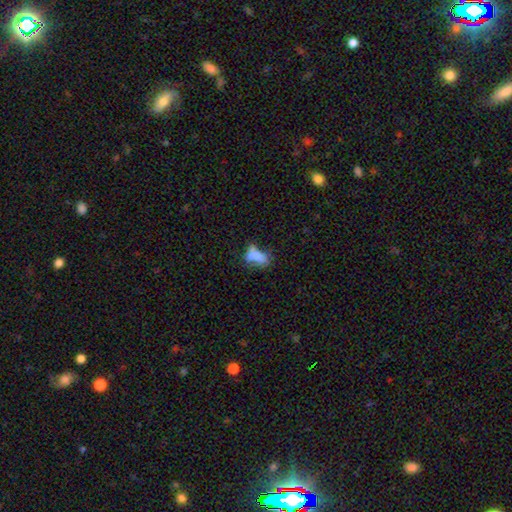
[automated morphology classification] smooth 58%, featured or disk 29%, star or artifact 12%. Down the decision tree: how rounded — in between (80%); merging — merger (33%).